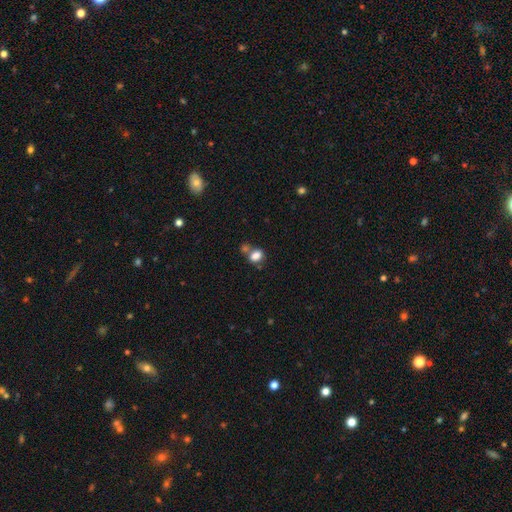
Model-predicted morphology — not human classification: type=smooth (82%); roundness=in between (69%); merging=none (49%).